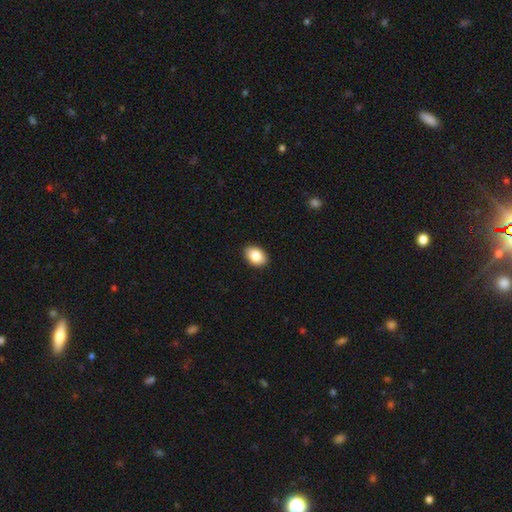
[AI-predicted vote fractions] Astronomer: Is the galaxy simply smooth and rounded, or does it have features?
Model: smooth — 86%.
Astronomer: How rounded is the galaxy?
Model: in between — 83%.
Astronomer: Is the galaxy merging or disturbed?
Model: none — 90%.